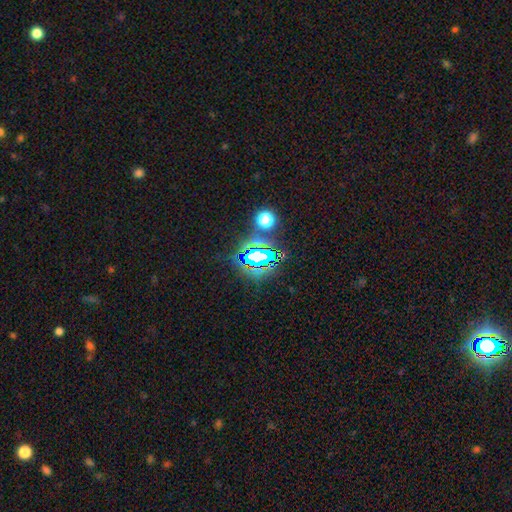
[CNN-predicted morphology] Overall: star or artifact (66%).